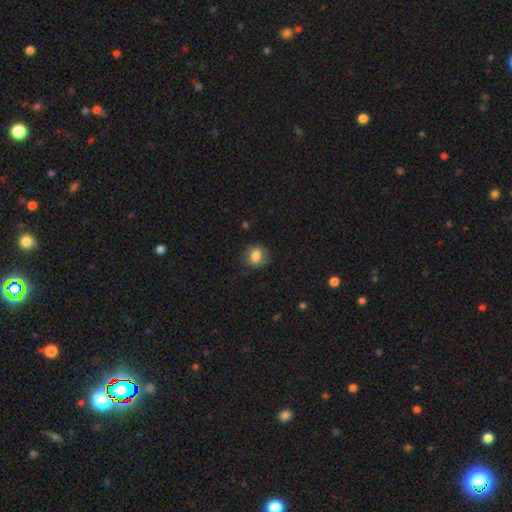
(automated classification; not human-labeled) Overall: smooth (80%). How rounded: round (59%; in between 40%). Merging: none (74%).